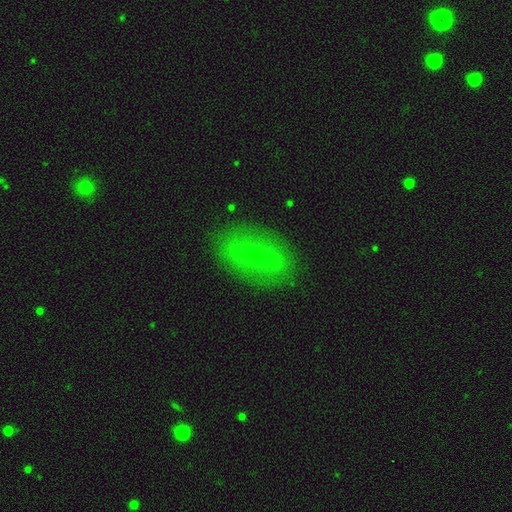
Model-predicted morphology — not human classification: Smooth or featured: featured or disk — 58% (smooth — 32%)
Edge-on disk: no — 78% (yes — 22%)
Merging: none — 83% (minor disturbance — 12%)